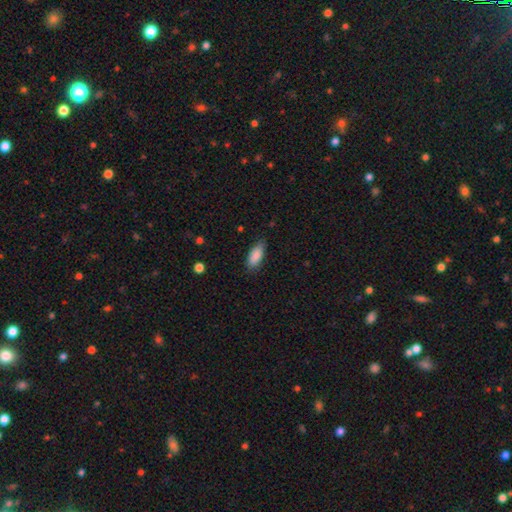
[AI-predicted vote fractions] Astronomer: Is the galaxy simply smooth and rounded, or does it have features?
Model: smooth — 88%.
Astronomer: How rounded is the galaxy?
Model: in between — 83%.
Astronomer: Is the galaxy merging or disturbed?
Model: none — 79%.